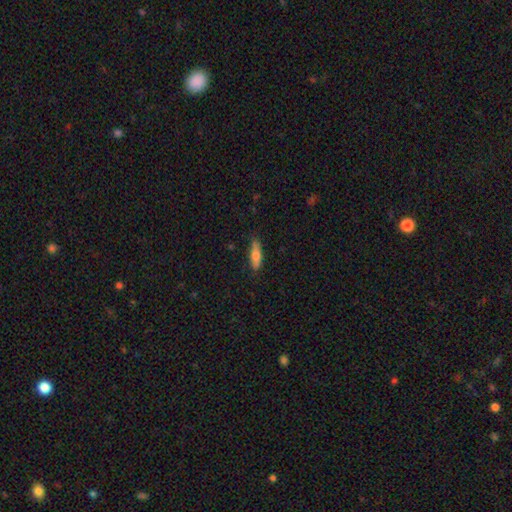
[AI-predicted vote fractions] Smooth or featured?
  - smooth: 71% *
  - featured or disk: 23%
  - star or artifact: 6%
How rounded?
  - cigar-shaped: 56% *
  - in between: 42%
  - round: 2%
Merging?
  - none: 81% *
  - minor disturbance: 15%
  - major disturbance: 3%
  - merger: 1%